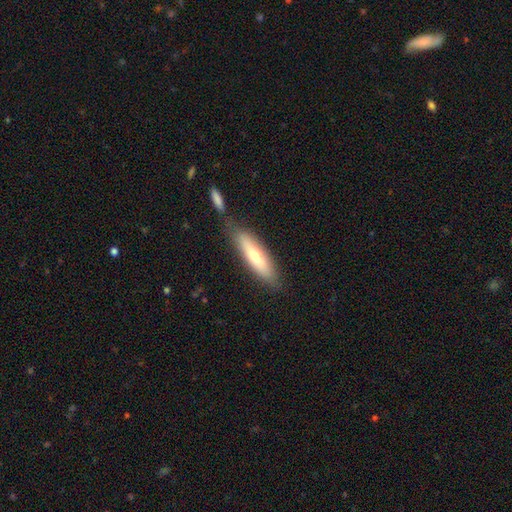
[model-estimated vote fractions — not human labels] The model was most divided on "smooth or featured": smooth: 59%, featured or disk: 34%, star or artifact: 7%. More confident: merging — none (71%); how rounded — cigar-shaped (70%).